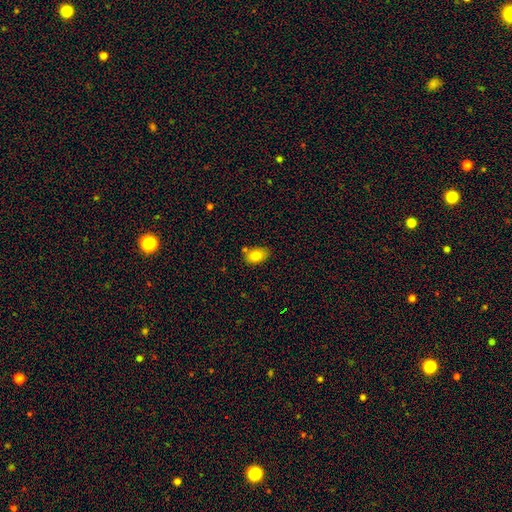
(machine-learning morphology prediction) smooth_or_featured: smooth (p=0.83) [alt: featured or disk p=0.09]
how_rounded: in between (p=0.83) [alt: round p=0.16]
merging: none (p=0.69) [alt: minor disturbance p=0.19]